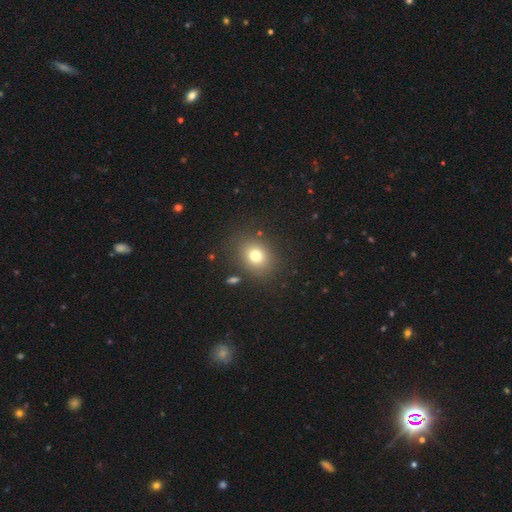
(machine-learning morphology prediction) Smooth or featured? Predicted: smooth (p=0.76). How rounded? Predicted: round (p=0.59). Merging? Predicted: none (p=0.84).